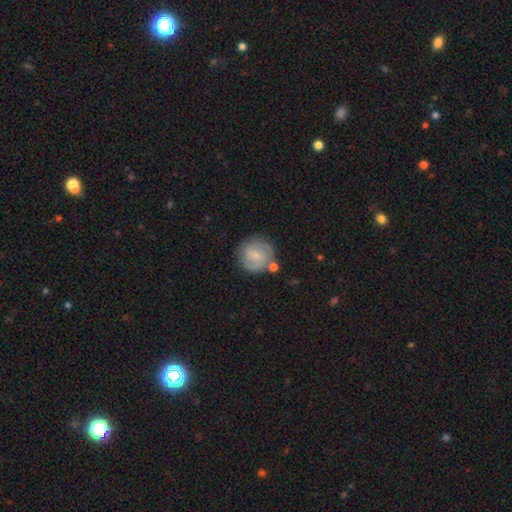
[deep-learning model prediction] Smooth or featured?
  - featured or disk: 55% *
  - smooth: 38%
  - star or artifact: 7%
Edge-on disk?
  - no: 98% *
  - yes: 2%
Bar?
  - no: 66% *
  - weak: 30%
  - strong: 5%
Spiral arms?
  - yes: 85% *
  - no: 15%
Bulge size?
  - small: 73% *
  - moderate: 19%
  - none: 5%
  - large: 1%
  - dominant: 1%
Merging?
  - none: 67% *
  - minor disturbance: 17%
  - merger: 11%
  - major disturbance: 6%